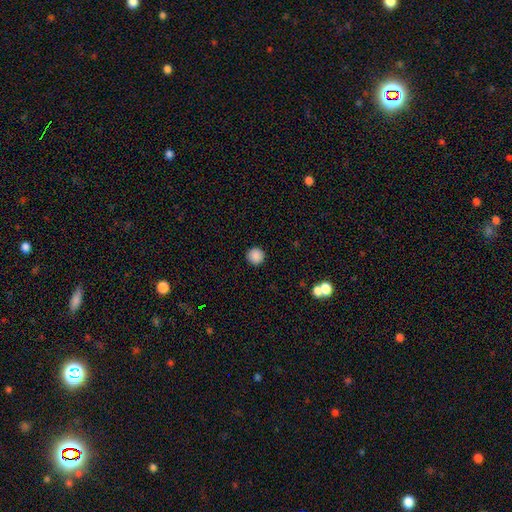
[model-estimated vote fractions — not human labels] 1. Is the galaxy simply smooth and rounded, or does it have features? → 87% smooth, 10% star or artifact, 3% featured or disk.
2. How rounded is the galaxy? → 95% round, 4% in between, 1% cigar-shaped.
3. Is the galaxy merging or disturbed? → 92% none, 5% minor disturbance, 2% major disturbance, 1% merger.